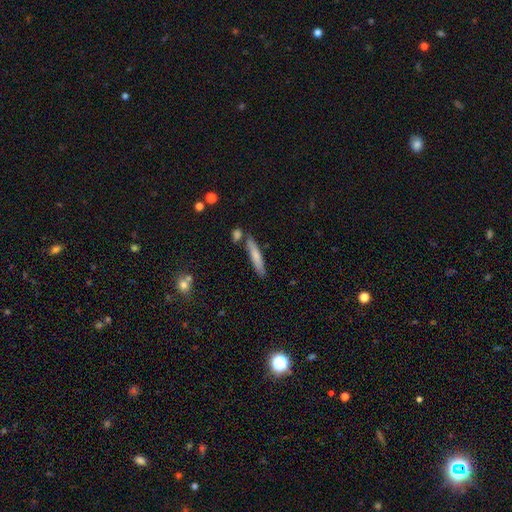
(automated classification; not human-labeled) smooth 71%, featured or disk 23%, star or artifact 6%. Down the decision tree: how rounded — cigar-shaped (91%); merging — none (78%).